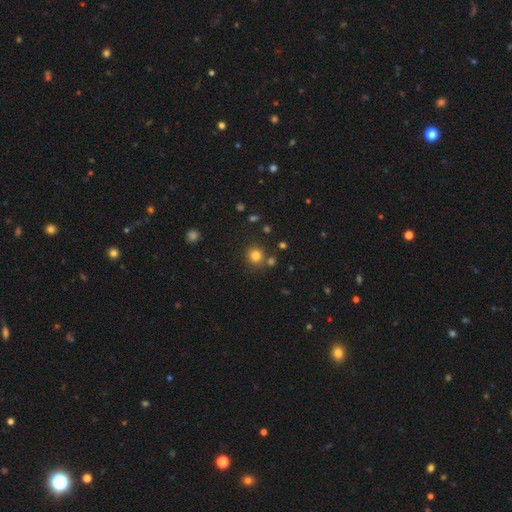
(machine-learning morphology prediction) Q: Smooth or featured?
A: smooth (80%); runner-up: star or artifact (14%)
Q: How rounded?
A: round (90%); runner-up: in between (9%)
Q: Merging?
A: none (80%); runner-up: merger (9%)